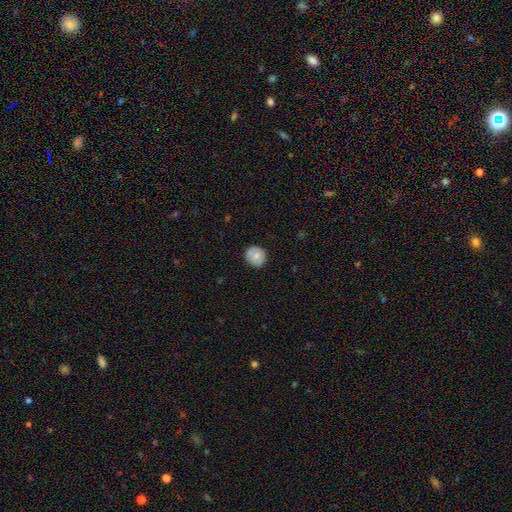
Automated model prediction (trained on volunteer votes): This appears to be a smooth galaxy with no disk features (73%) that is round (88%). Merging: none (87%).